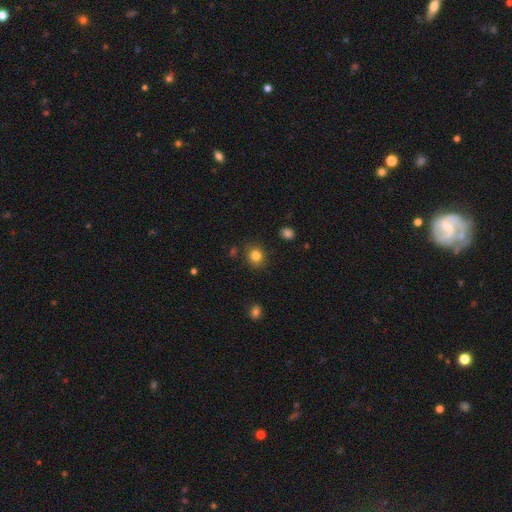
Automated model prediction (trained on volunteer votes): The model was most divided on "how rounded": round: 79%, in between: 20%, cigar-shaped: 1%. More confident: merging — none (86%); smooth or featured — smooth (82%).